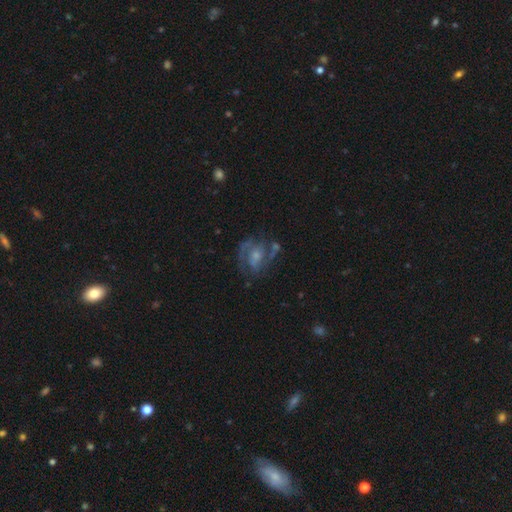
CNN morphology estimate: A featured or disk galaxy (80%) with no bar (51%), 2 (57%) medium (54%) spiral arms (89%) and a small central bulge (45%).

Vote fractions:
- Smooth or featured? featured or disk: 80% / smooth: 12% / star or artifact: 8%
- Edge-on disk? no: 98% / yes: 2%
- Bar? no: 51% / weak: 38% / strong: 10%
- Spiral arms? yes: 89% / no: 11%
- Spiral winding? medium: 54% / tight: 25% / loose: 21%
- Spiral arm count? 2: 57% / 3: 17% / can't tell: 15% / 1: 4% / 4: 4% / more than 4: 3%
- Bulge size? small: 45% / moderate: 36% / none: 11% / large: 6% / dominant: 1%
- Merging? none: 57% / minor disturbance: 20% / major disturbance: 17% / merger: 6%